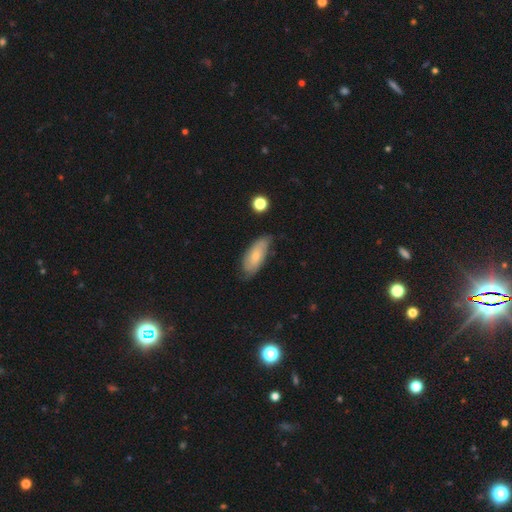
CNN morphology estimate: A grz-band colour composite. It shows a smooth galaxy with no disk features (59%) that is in between round and cigar-shaped (83%). Merging: none (63%).